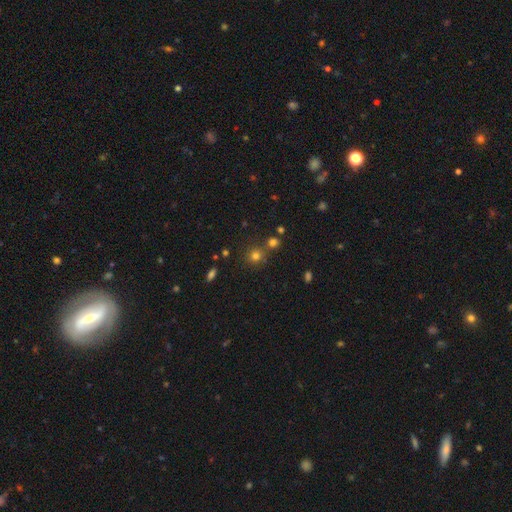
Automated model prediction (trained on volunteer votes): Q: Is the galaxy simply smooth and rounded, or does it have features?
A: smooth — 72%.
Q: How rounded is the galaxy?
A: round — 88%.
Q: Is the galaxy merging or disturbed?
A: none — 71%.